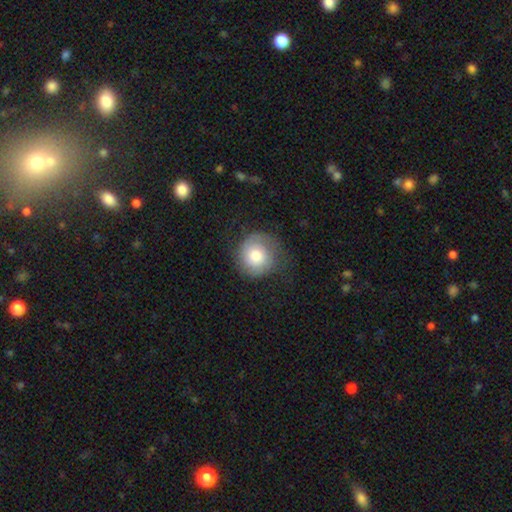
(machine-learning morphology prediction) A smooth galaxy with no disk features (68%) that is round (91%). Merging: none (64%).